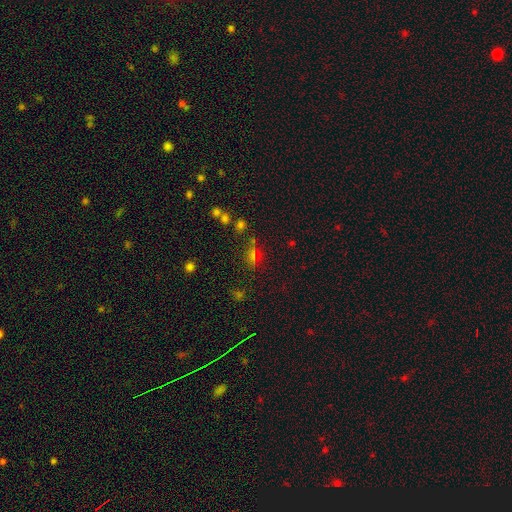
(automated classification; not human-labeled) Smooth or featured? Predicted: star or artifact (p=0.47).